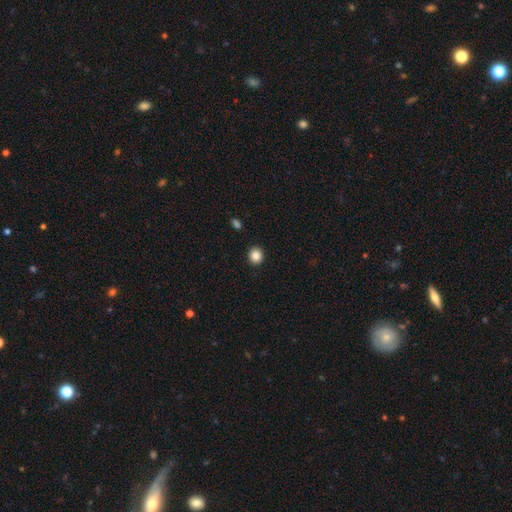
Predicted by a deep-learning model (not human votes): smooth-or-featured: smooth: 85% | star or artifact: 10% | featured or disk: 4%
  how-rounded: round: 88% | in between: 12% | cigar-shaped: 1%
  merging: none: 92% | minor disturbance: 5% | major disturbance: 2% | merger: 1%